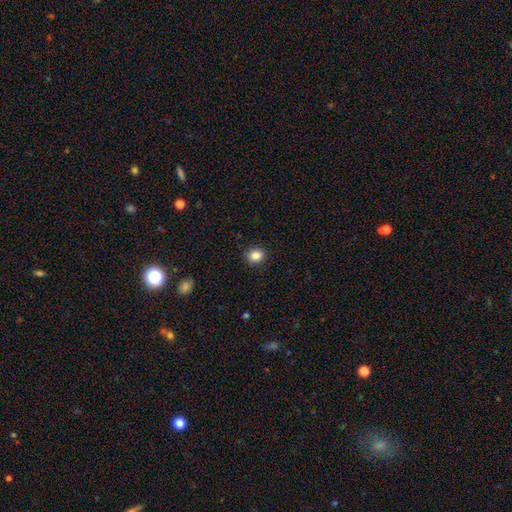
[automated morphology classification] smooth_or_featured: smooth (p=0.86) [alt: star or artifact p=0.10]
how_rounded: round (p=0.76) [alt: in between p=0.23]
merging: none (p=0.91) [alt: minor disturbance p=0.07]